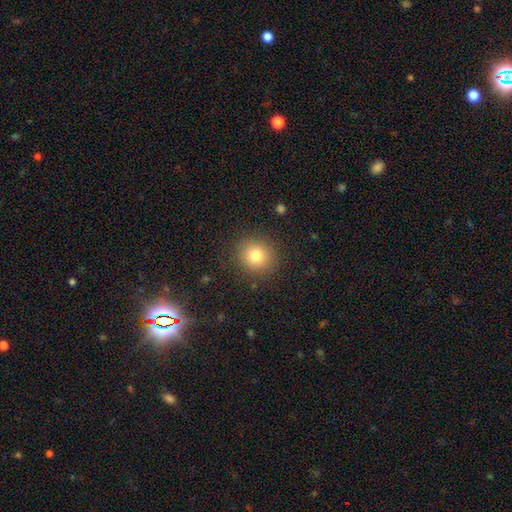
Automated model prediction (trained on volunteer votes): smooth 80%, star or artifact 12%, featured or disk 8%. Down the decision tree: how rounded — round (88%); merging — none (88%).